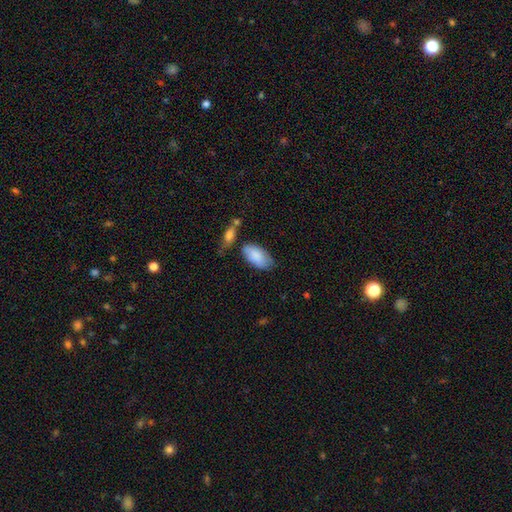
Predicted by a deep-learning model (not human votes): Smooth or featured? Predicted: smooth (p=0.86). How rounded? Predicted: in between (p=0.95). Merging? Predicted: none (p=0.60).